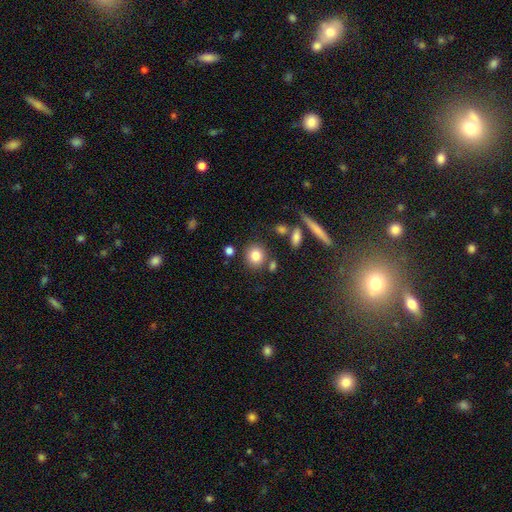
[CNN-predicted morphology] Overall: smooth (81%). How rounded: round (82%). Merging: none (79%).